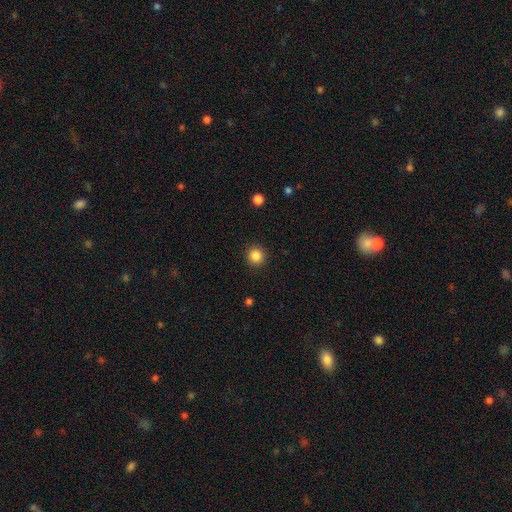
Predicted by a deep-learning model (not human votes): A smooth galaxy with no disk features (85%) that is round (93%). Merging: none (91%).